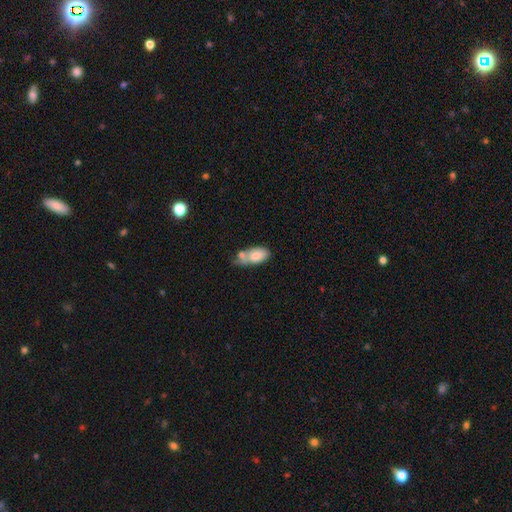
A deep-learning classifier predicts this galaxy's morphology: This appears to be a smooth galaxy with no disk features (73%) that is in between round and cigar-shaped (89%). Merging: merger (41%).